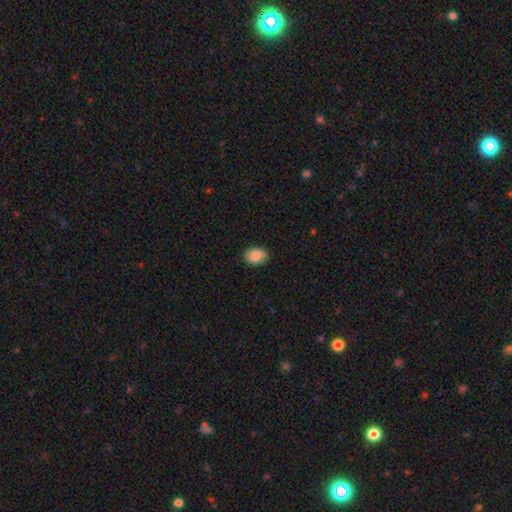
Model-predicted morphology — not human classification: Smooth or featured? smooth (88%)
How rounded? in between (65%)
Merging? none (86%)